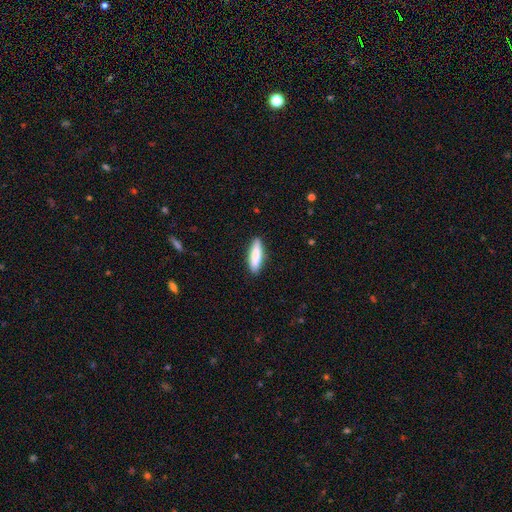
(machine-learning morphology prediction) smooth 83%, featured or disk 12%, star or artifact 5%. Down the decision tree: how rounded — cigar-shaped (64%); merging — none (89%).